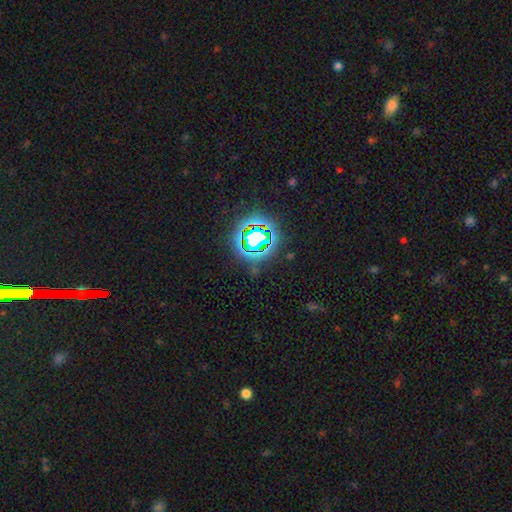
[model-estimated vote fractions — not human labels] Smooth or featured? star or artifact (80%)